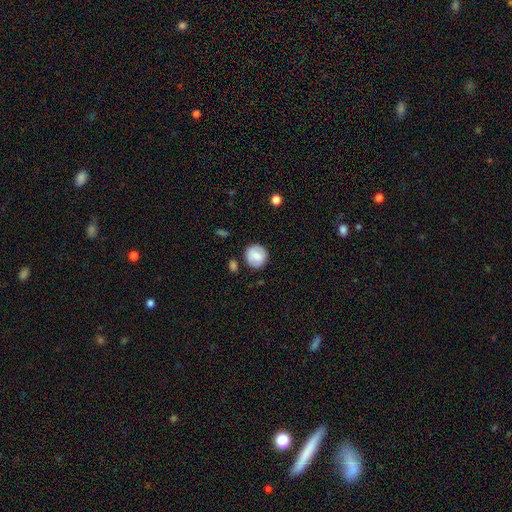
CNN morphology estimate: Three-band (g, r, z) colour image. It shows a smooth galaxy with no disk features (75%) that is round (88%). Merging: none (77%).